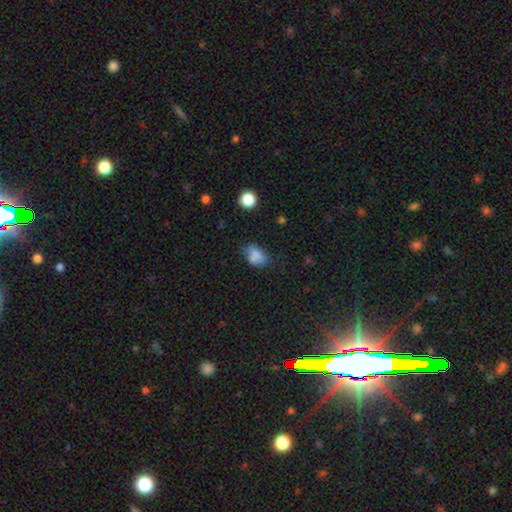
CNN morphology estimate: type=smooth (76%); roundness=in between (82%); merging=none (50%).